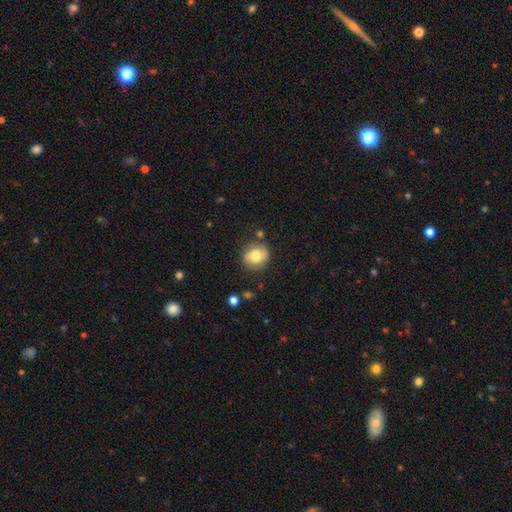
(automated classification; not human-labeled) Morphology: type=smooth (72%); roundness=round (79%); merging=none (78%).